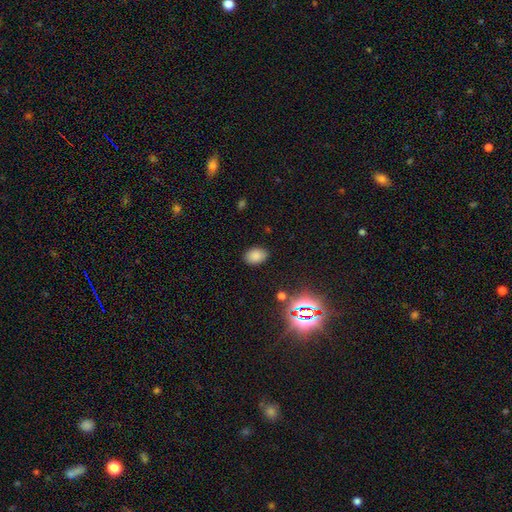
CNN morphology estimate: Smooth or featured?
  - smooth: 80% *
  - star or artifact: 14%
  - featured or disk: 5%
How rounded?
  - in between: 79% *
  - round: 19%
  - cigar-shaped: 1%
Merging?
  - none: 86% *
  - minor disturbance: 10%
  - major disturbance: 3%
  - merger: 1%